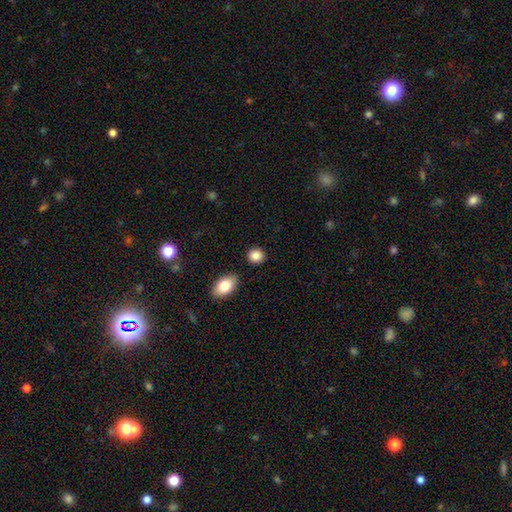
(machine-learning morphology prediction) type=smooth (87%); roundness=round (74%); merging=none (87%).